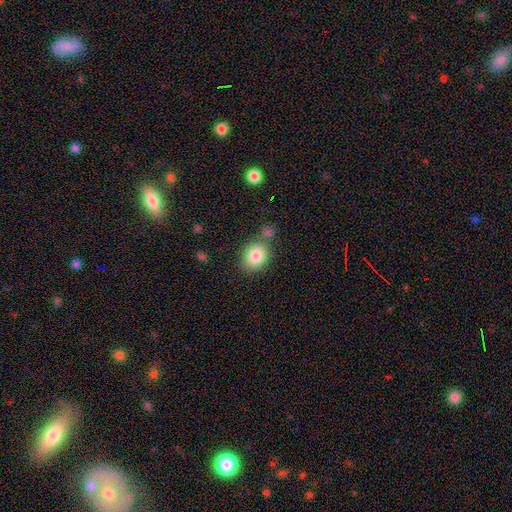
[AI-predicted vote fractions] Overall: smooth (83%). How rounded: round (54%; in between 45%). Merging: none (71%).